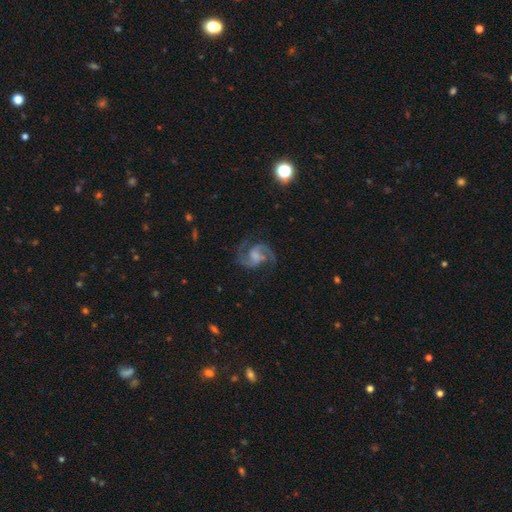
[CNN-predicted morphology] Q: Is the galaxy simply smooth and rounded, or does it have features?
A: featured or disk — 92%.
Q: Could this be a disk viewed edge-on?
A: no — 98%.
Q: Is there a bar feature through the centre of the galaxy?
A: weak — 50%.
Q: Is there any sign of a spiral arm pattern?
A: yes — 98%.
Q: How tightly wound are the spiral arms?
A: medium — 64%.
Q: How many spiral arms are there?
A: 2 — 93%.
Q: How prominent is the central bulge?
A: none — 32%.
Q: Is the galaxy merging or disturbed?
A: none — 78%.